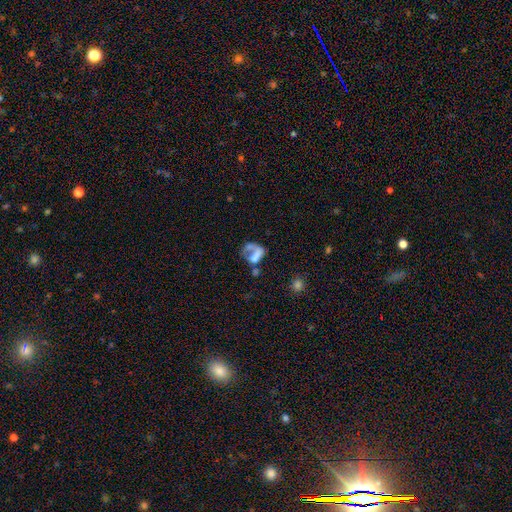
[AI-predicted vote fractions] Overall: smooth (45%; featured or disk 42%). Merging: major disturbance (38%; merger 25%).